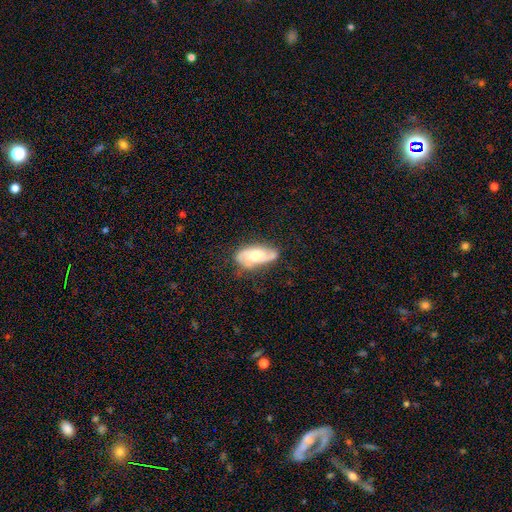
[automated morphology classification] Smooth or featured? Predicted: featured or disk (p=0.65). Edge-on disk? Predicted: no (p=0.93). Bar? Predicted: no (p=0.62). Spiral arms? Predicted: yes (p=0.88). Spiral winding? Predicted: medium (p=0.45). Spiral arm count? Predicted: 2 (p=0.65). Bulge size? Predicted: moderate (p=0.59). Merging? Predicted: none (p=0.60).